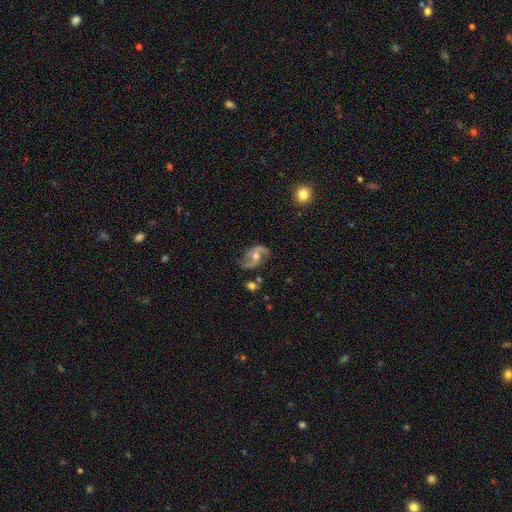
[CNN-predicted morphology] Smooth or featured: featured or disk — 85% (smooth — 9%)
Edge-on disk: no — 97% (yes — 3%)
Bar: no — 53% (weak — 36%)
Spiral arms: yes — 94% (no — 6%)
Spiral winding: loose — 46% (medium — 43%)
Spiral arm count: 2 — 92% (can't tell — 3%)
Bulge size: moderate — 72% (small — 18%)
Merging: none — 74% (minor disturbance — 16%)